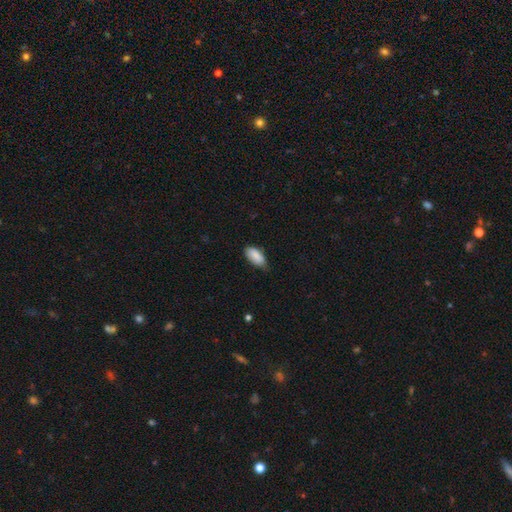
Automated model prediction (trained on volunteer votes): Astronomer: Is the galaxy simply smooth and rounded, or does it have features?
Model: smooth — 87%.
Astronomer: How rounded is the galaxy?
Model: in between — 90%.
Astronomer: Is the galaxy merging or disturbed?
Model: none — 59% (runner-up: minor disturbance, 35%).